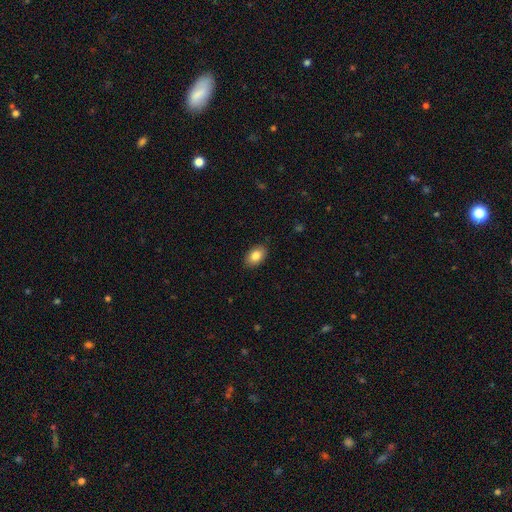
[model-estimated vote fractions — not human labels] Overall: smooth (85%). How rounded: in between (88%). Merging: none (87%).